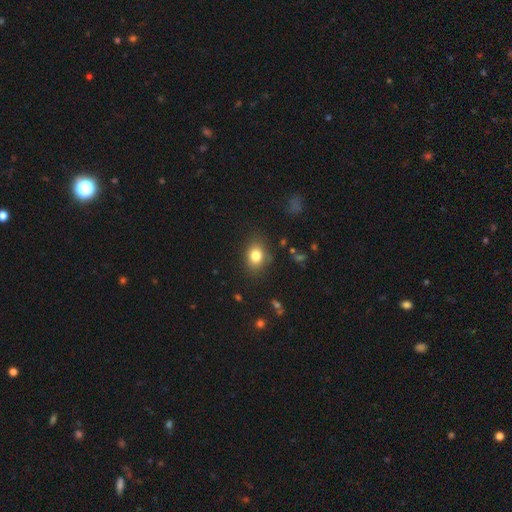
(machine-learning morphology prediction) The model was most divided on "how rounded": in between: 60%, round: 39%, cigar-shaped: 1%. More confident: merging — none (82%); smooth or featured — smooth (81%).